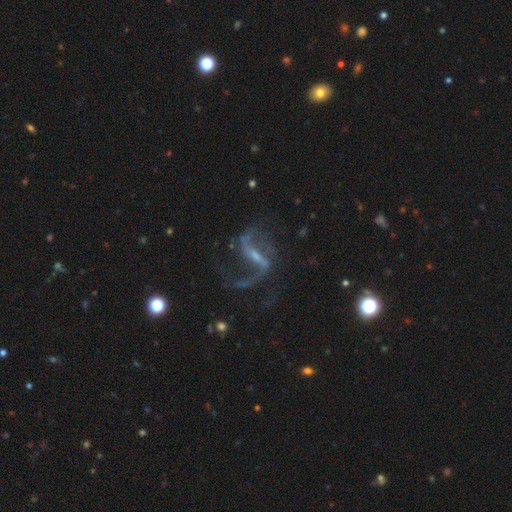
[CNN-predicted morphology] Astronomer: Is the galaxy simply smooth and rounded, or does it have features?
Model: featured or disk — 88%.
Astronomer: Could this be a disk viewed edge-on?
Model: no — 94%.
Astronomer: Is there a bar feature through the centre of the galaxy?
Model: strong — 56% (runner-up: weak, 32%).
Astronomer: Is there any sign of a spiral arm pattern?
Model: yes — 95%.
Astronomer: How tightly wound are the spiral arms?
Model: loose — 76%.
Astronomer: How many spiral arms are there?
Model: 2 — 88%.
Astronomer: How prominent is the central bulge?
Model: small — 62%.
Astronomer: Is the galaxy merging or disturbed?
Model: none — 62%.